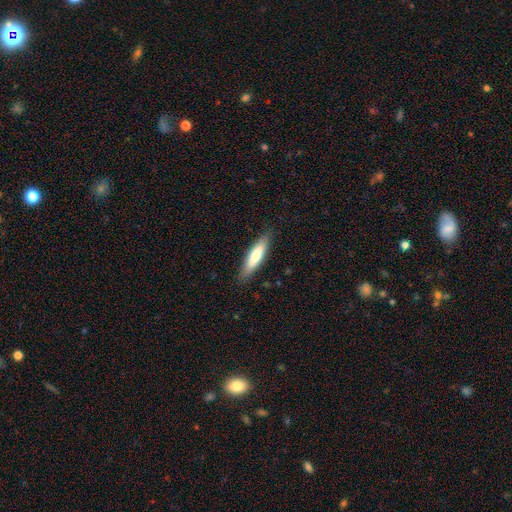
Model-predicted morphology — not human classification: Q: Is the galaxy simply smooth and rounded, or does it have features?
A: smooth — 70%.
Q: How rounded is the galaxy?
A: cigar-shaped — 74%.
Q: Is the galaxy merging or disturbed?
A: none — 87%.